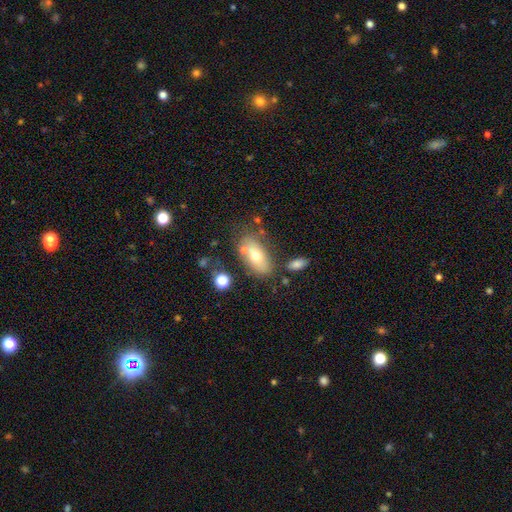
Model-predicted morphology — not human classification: Smooth or featured? smooth (65%)
How rounded? in between (88%)
Merging? none (62%)